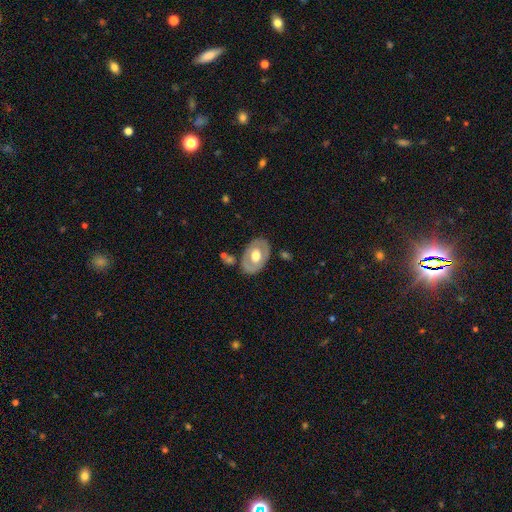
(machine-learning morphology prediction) type=featured or disk (51%); edge-on=no (90%); merging=none (76%).